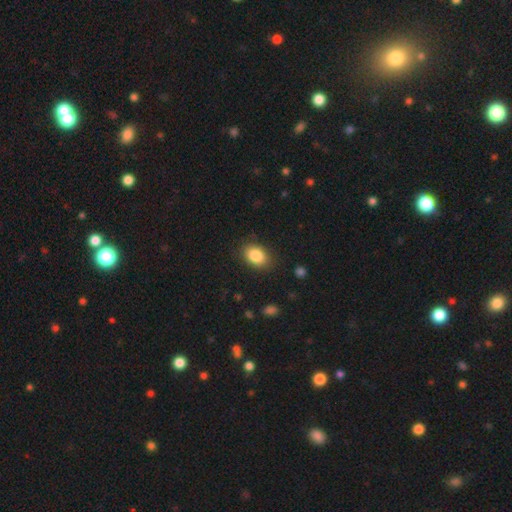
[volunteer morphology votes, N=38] Q: Smooth or featured?
A: smooth (87%); runner-up: featured or disk (8%)
Q: How rounded?
A: in between (82%); runner-up: round (18%)
Q: Merging?
A: none (81%); runner-up: minor disturbance (11%)